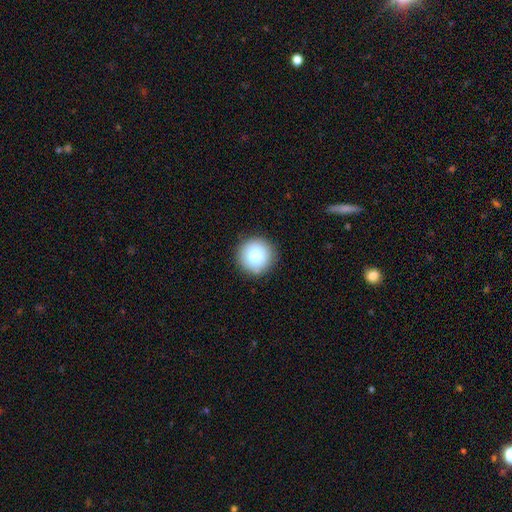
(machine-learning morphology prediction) A smooth galaxy with no disk features (79%) that is round (94%). Merging: none (87%).